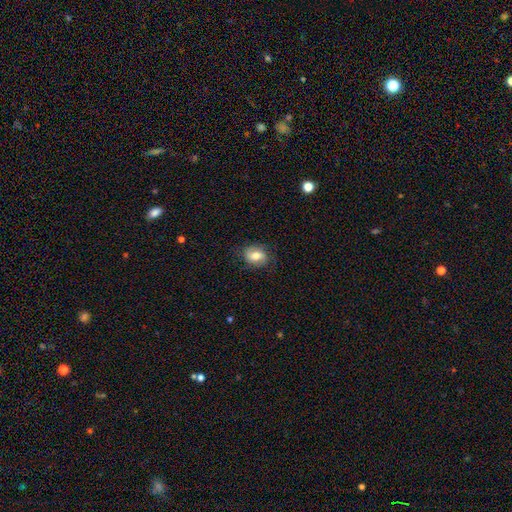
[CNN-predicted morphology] Overall: smooth (60%; featured or disk 32%). How rounded: in between (63%; round 35%). Merging: none (78%).